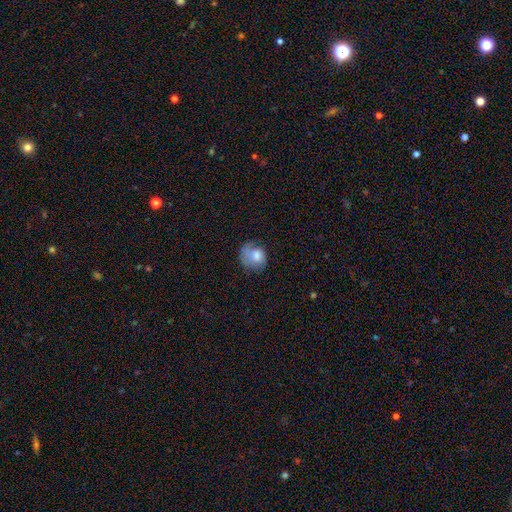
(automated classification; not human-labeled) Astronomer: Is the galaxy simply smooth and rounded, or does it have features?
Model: smooth — 74%.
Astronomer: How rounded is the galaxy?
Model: round — 64%.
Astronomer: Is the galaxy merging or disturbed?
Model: none — 45% (runner-up: minor disturbance, 31%).